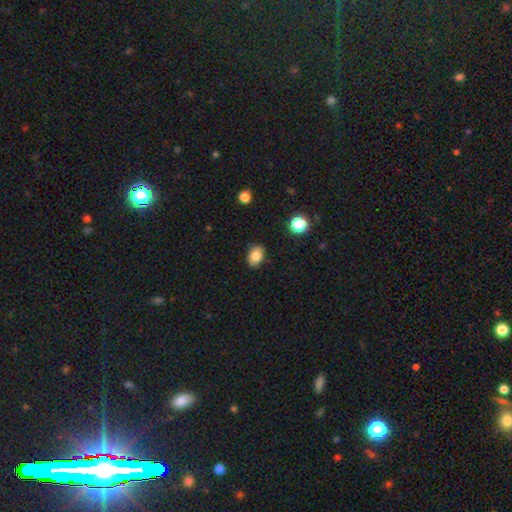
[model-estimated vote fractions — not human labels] Q: Smooth or featured?
A: smooth (84%); runner-up: star or artifact (9%)
Q: How rounded?
A: in between (77%); runner-up: round (22%)
Q: Merging?
A: none (83%); runner-up: minor disturbance (13%)